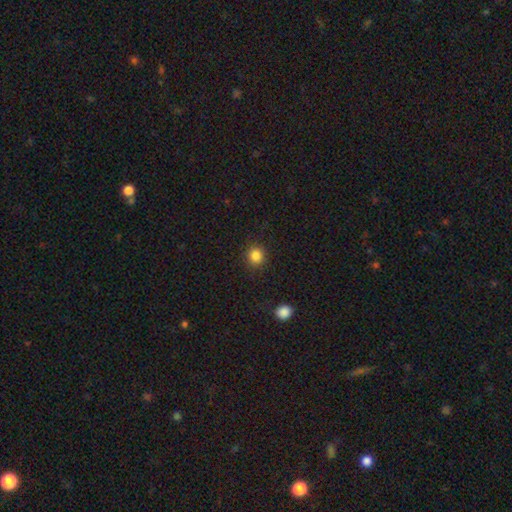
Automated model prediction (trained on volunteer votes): Q: Smooth or featured?
A: smooth (85%); runner-up: star or artifact (11%)
Q: How rounded?
A: round (90%); runner-up: in between (9%)
Q: Merging?
A: none (90%); runner-up: minor disturbance (6%)